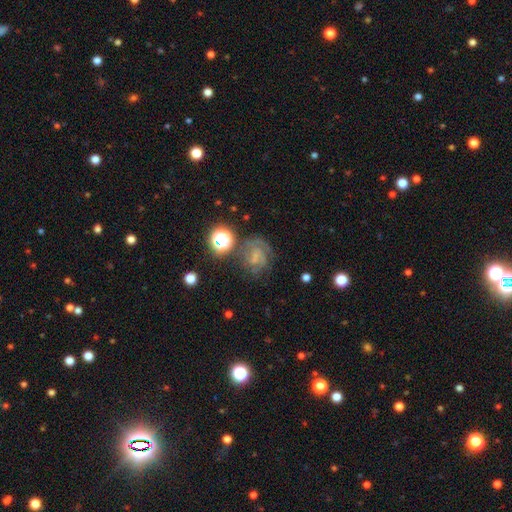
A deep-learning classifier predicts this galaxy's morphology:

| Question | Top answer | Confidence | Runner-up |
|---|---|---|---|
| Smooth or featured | featured or disk | 59% | smooth (22%) |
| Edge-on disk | no | 98% | yes (2%) |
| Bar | no | 50% | weak (37%) |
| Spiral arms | yes | 86% | no (14%) |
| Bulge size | small | 43% | none (37%) |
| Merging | none | 58% | minor disturbance (20%) |